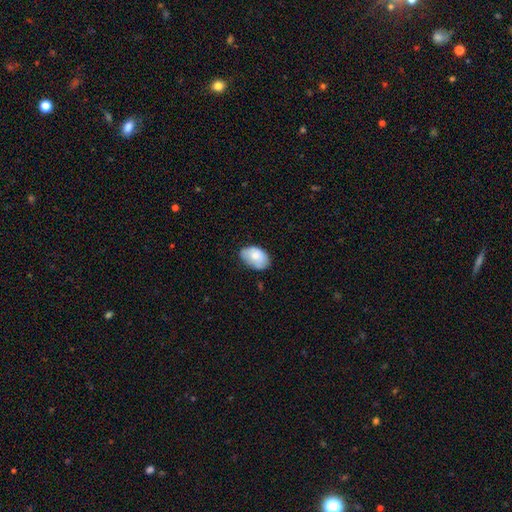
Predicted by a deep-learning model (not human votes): A smooth galaxy with no disk features (76%) that is in between round and cigar-shaped (88%). Merging: none (68%).